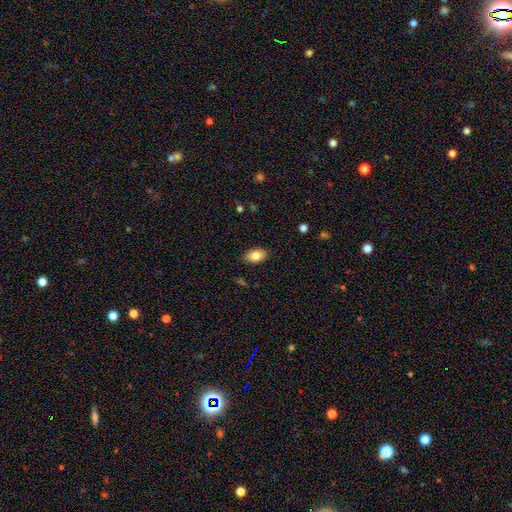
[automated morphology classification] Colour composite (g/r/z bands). It shows a smooth galaxy with no disk features (84%) that is in between round and cigar-shaped (92%). Merging: none (87%).